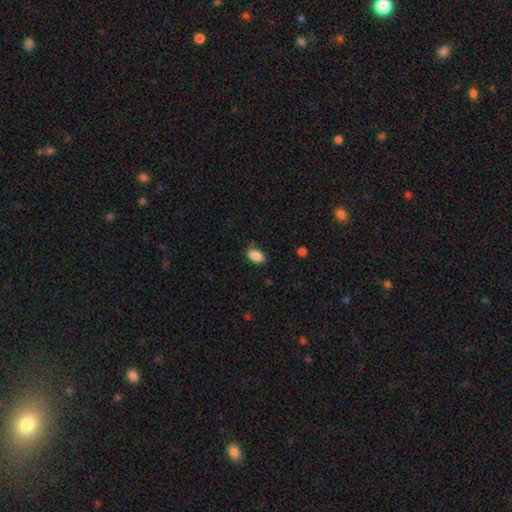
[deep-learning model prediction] A smooth galaxy with no disk features (88%) that is in between round and cigar-shaped (90%).

Vote fractions:
- Smooth or featured? smooth: 88% / star or artifact: 8% / featured or disk: 4%
- How rounded? in between: 90% / round: 9% / cigar-shaped: 2%
- Merging? none: 73% / minor disturbance: 20% / major disturbance: 4% / merger: 2%